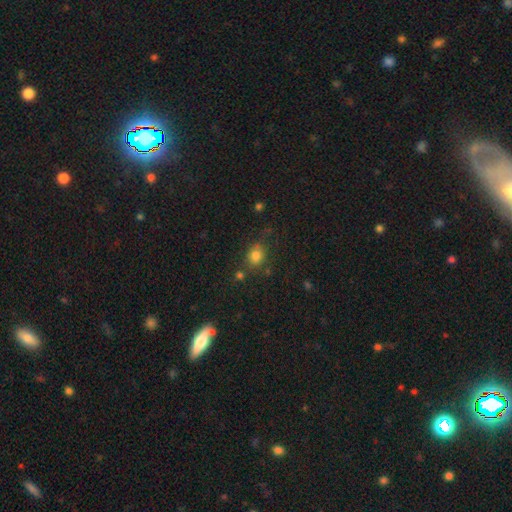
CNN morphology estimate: A smooth galaxy with no disk features (79%) that is round (62%).

Vote fractions:
- Smooth or featured? smooth: 79% / star or artifact: 14% / featured or disk: 7%
- How rounded? round: 62% / in between: 36% / cigar-shaped: 1%
- Merging? none: 67% / minor disturbance: 17% / merger: 9% / major disturbance: 7%